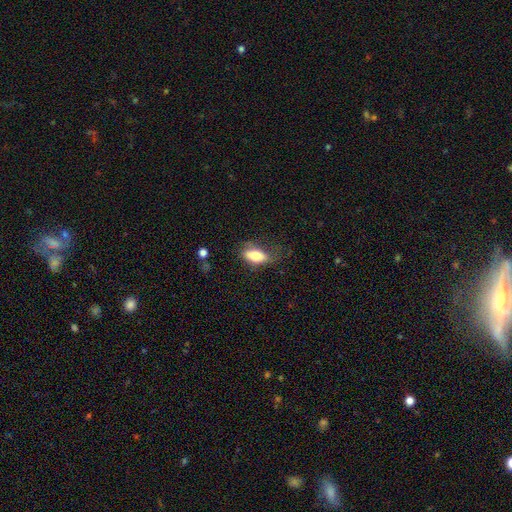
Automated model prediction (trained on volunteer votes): smooth_or_featured: smooth (p=0.75) [alt: featured or disk p=0.18]
how_rounded: in between (p=0.86) [alt: cigar-shaped p=0.09]
merging: none (p=0.48) [alt: minor disturbance p=0.31]